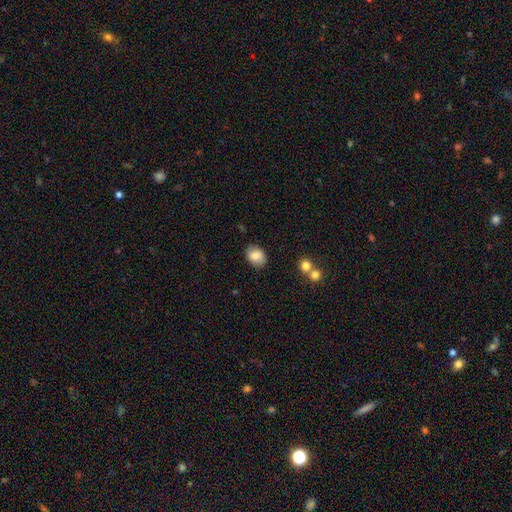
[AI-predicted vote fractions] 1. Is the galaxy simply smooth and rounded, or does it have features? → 82% smooth, 10% featured or disk, 8% star or artifact.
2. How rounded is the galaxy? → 61% in between, 38% round, 1% cigar-shaped.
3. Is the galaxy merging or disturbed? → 81% none, 13% minor disturbance, 3% major disturbance, 2% merger.